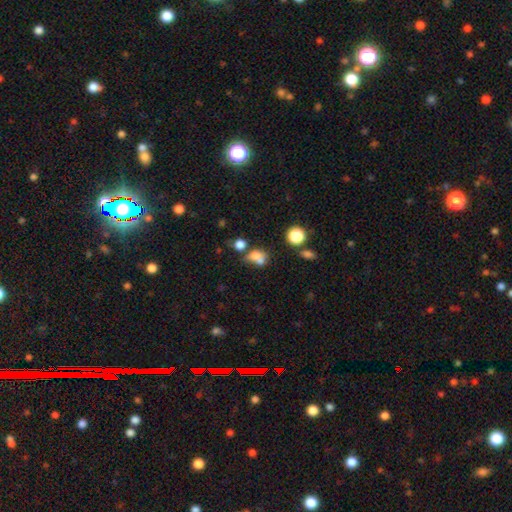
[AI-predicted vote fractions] Smooth or featured? Predicted: smooth (p=0.70). How rounded? Predicted: in between (p=0.51). Merging? Predicted: merger (p=0.46).